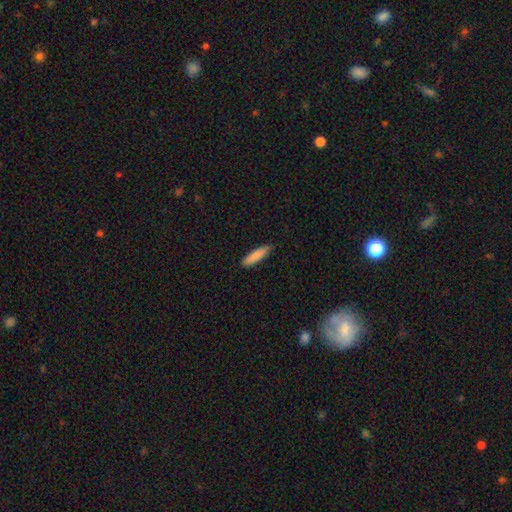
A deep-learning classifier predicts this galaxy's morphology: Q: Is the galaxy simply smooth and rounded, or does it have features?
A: smooth — 87%.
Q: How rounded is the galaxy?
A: cigar-shaped — 74%.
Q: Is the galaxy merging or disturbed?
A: none — 86%.